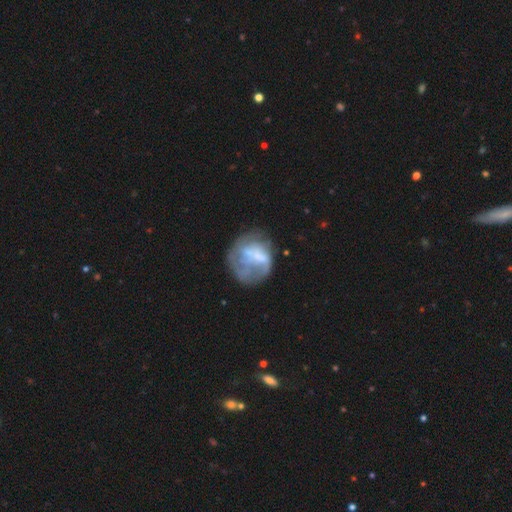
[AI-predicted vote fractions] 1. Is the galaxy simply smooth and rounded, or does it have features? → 52% featured or disk, 39% smooth, 10% star or artifact.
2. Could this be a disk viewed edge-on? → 98% no, 2% yes.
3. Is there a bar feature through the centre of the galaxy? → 75% no, 18% weak, 7% strong.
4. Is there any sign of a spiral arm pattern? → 76% no, 24% yes.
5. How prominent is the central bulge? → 56% none, 17% moderate, 16% small, 8% large, 2% dominant.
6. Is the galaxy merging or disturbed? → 43% none, 29% major disturbance, 21% minor disturbance, 6% merger.